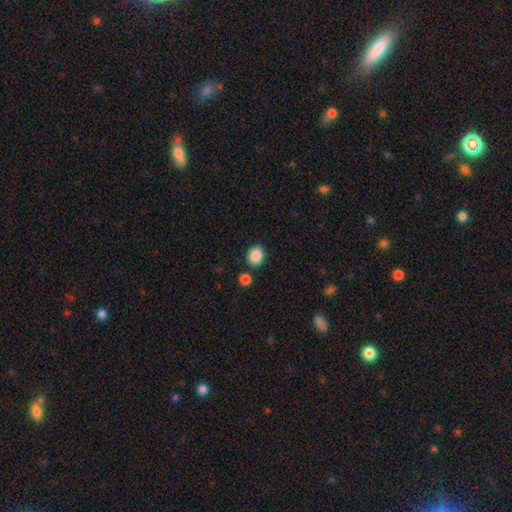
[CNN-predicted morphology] A smooth galaxy with no disk features (89%) that is round (50%).

Vote fractions:
- Smooth or featured? smooth: 89% / star or artifact: 8% / featured or disk: 3%
- How rounded? round: 50% / in between: 49% / cigar-shaped: 1%
- Merging? none: 82% / minor disturbance: 9% / merger: 6% / major disturbance: 3%